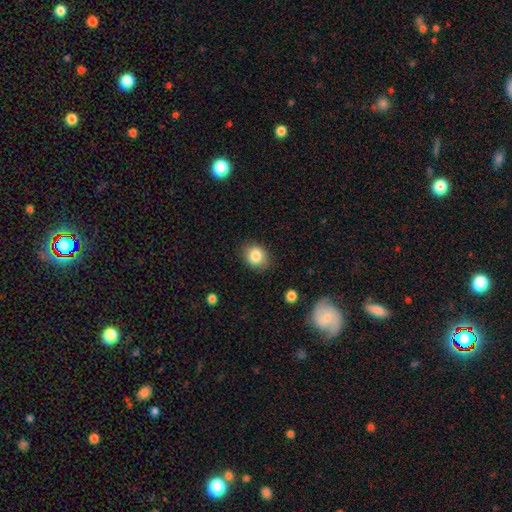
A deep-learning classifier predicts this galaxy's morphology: Smooth or featured?
  - smooth: 84% *
  - star or artifact: 9%
  - featured or disk: 7%
How rounded?
  - round: 55% *
  - in between: 44%
  - cigar-shaped: 1%
Merging?
  - none: 83% *
  - minor disturbance: 13%
  - major disturbance: 3%
  - merger: 1%